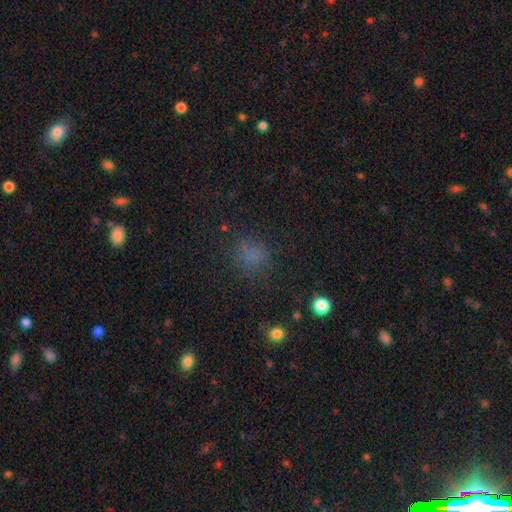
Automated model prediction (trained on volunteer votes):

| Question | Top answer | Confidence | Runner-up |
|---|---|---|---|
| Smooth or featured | smooth | 64% | star or artifact (25%) |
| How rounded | round | 61% | in between (37%) |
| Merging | none | 69% | minor disturbance (17%) |